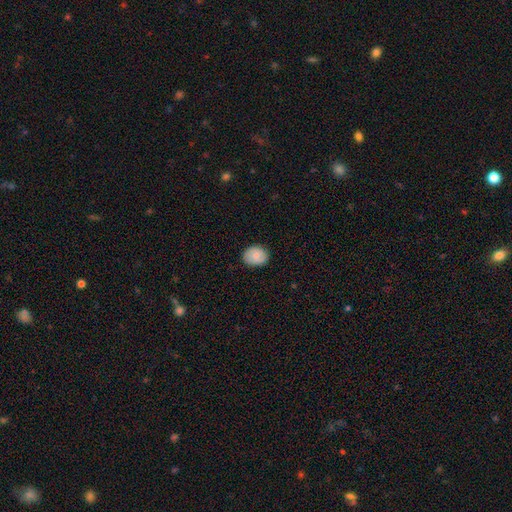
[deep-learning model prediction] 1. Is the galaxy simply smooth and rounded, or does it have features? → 77% smooth, 15% featured or disk, 7% star or artifact.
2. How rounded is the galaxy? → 52% round, 47% in between, 1% cigar-shaped.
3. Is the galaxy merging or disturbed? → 84% none, 12% minor disturbance, 2% major disturbance, 1% merger.